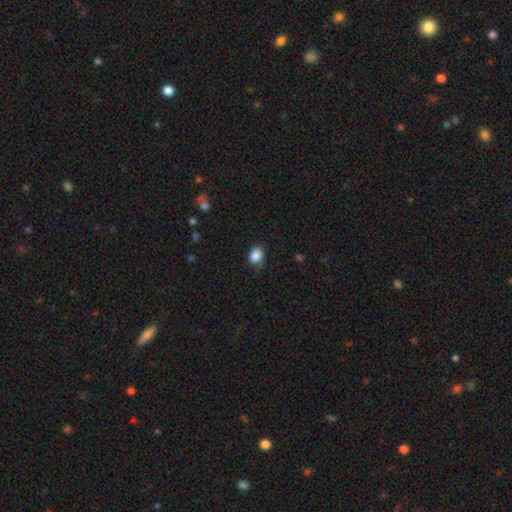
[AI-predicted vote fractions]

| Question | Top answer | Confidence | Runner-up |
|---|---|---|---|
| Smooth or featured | smooth | 87% | star or artifact (9%) |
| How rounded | round | 51% | in between (48%) |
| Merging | none | 71% | minor disturbance (23%) |